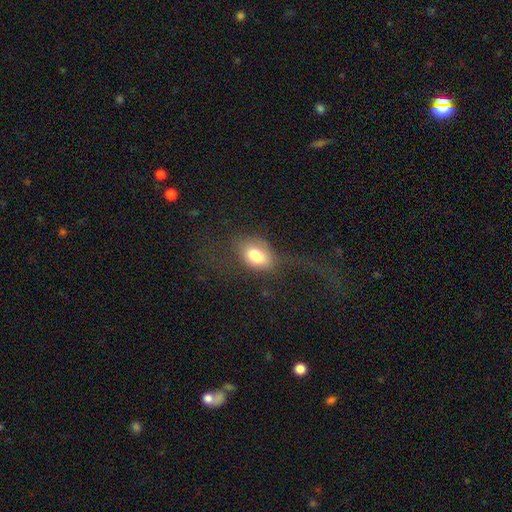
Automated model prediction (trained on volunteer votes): Q: Smooth or featured?
A: smooth (73%); runner-up: featured or disk (17%)
Q: How rounded?
A: in between (83%); runner-up: round (15%)
Q: Merging?
A: none (38%); runner-up: major disturbance (28%)